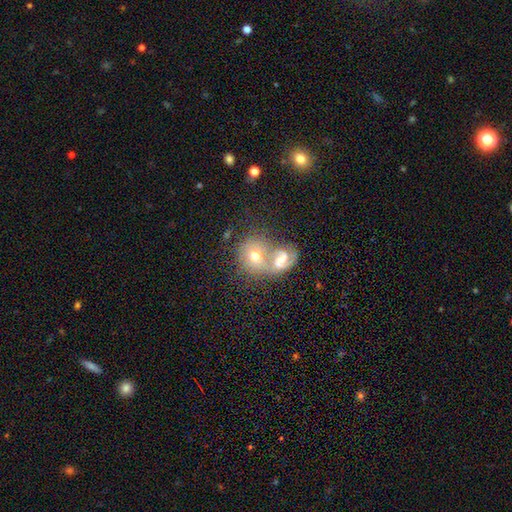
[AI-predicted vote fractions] Overall: smooth (49%; featured or disk 42%). Merging: merger (62%; none 25%).